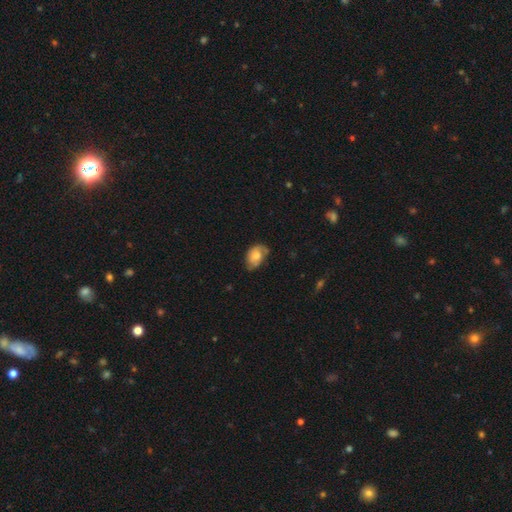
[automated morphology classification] This appears to be a smooth galaxy with no disk features (49%). Merging: none (56%).